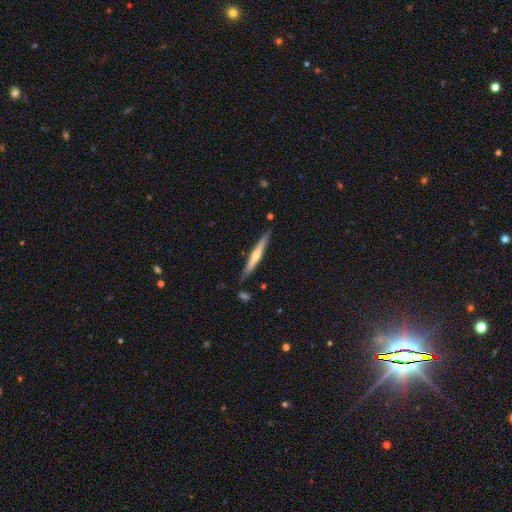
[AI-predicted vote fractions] featured or disk 54%, smooth 41%, star or artifact 6%. Down the decision tree: edge-on disk — yes (95%); edge-on bulge — rounded (63%); merging — none (83%).